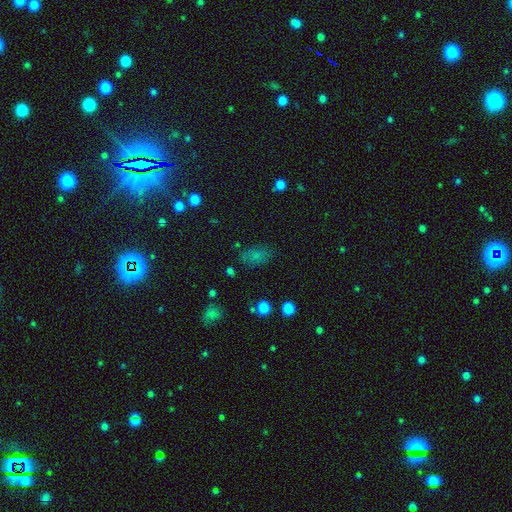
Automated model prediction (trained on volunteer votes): This is likely a smooth galaxy (70%). How rounded: clearly in between (87%). Merging: likely none (74%).